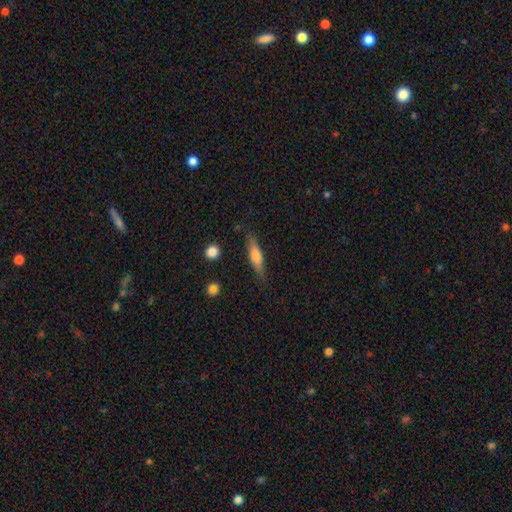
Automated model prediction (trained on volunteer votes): Smooth or featured? smooth (53%)
How rounded? cigar-shaped (78%)
Merging? none (83%)